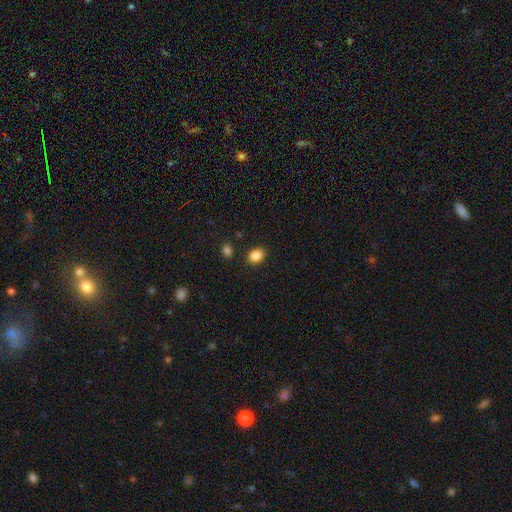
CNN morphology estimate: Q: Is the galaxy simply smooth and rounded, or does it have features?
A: smooth — 87%.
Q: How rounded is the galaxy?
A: in between — 71%.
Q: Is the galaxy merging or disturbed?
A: none — 86%.